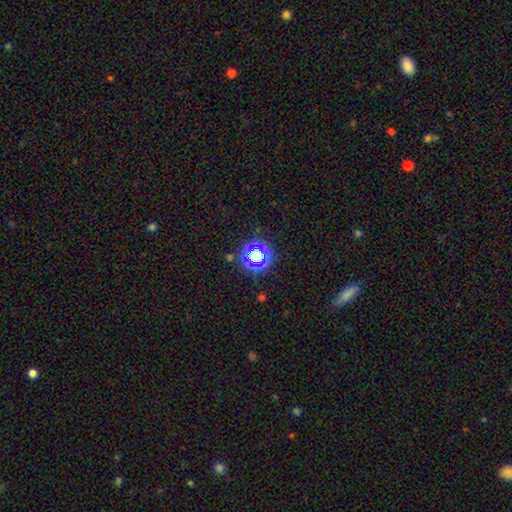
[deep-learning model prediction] Smooth or featured? star or artifact (61%)